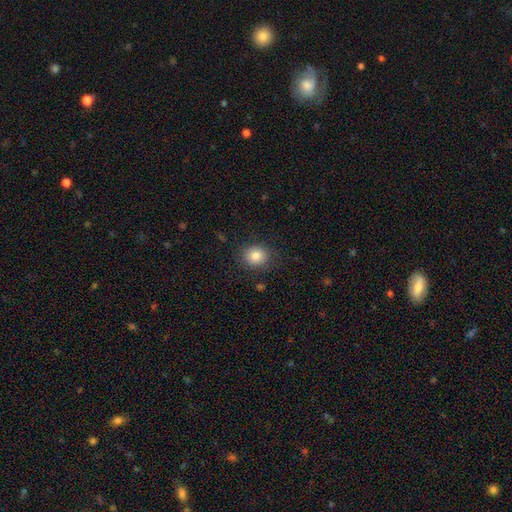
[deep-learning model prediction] Q: Smooth or featured?
A: smooth (84%); runner-up: star or artifact (10%)
Q: How rounded?
A: round (75%); runner-up: in between (24%)
Q: Merging?
A: none (85%); runner-up: minor disturbance (11%)